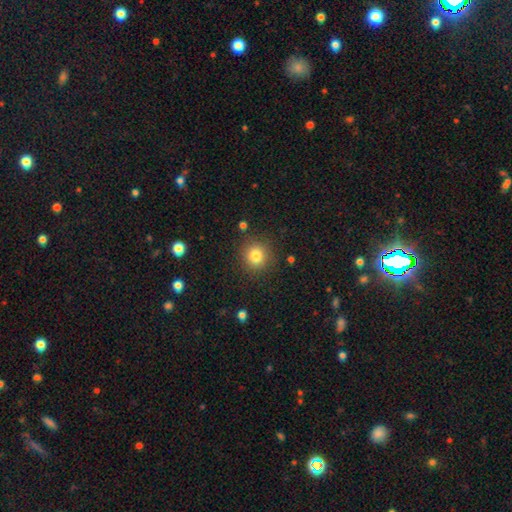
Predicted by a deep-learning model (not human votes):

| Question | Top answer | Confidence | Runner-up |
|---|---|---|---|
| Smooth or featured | smooth | 81% | star or artifact (12%) |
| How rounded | round | 90% | in between (9%) |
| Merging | none | 88% | minor disturbance (8%) |